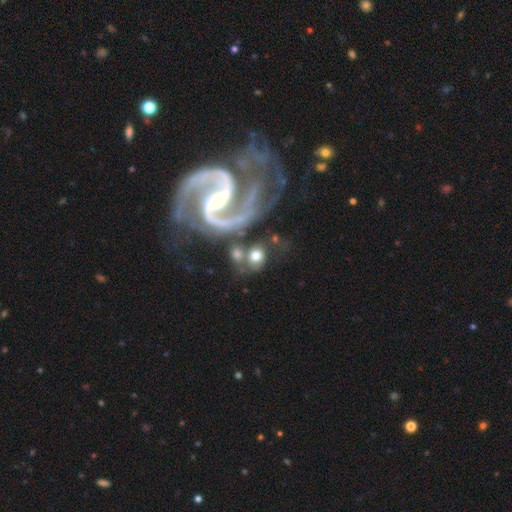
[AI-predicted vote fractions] Smooth or featured? Predicted: smooth (p=0.59). How rounded? Predicted: round (p=0.75). Merging? Predicted: none (p=0.50).